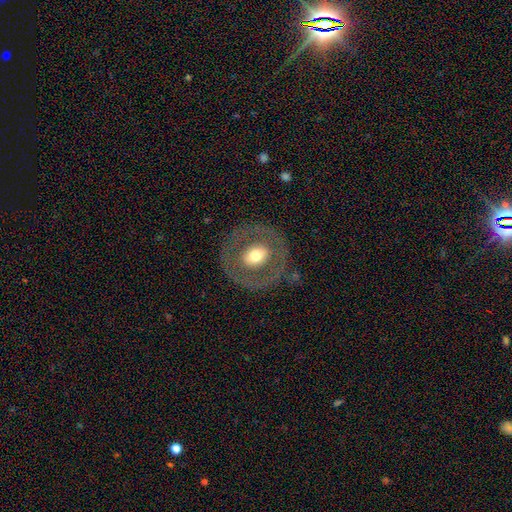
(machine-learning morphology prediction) Smooth or featured? Predicted: featured or disk (p=0.50). Merging? Predicted: none (p=0.82).